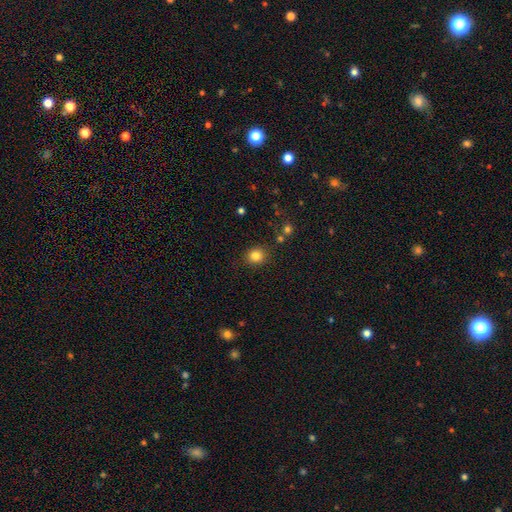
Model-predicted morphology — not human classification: smooth 83%, star or artifact 12%, featured or disk 5%. Down the decision tree: how rounded — round (82%); merging — none (86%).